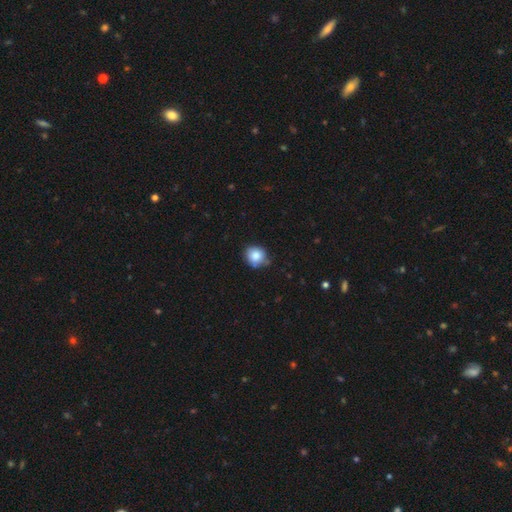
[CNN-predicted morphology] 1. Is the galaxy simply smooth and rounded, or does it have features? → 85% smooth, 9% star or artifact, 6% featured or disk.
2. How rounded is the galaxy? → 81% round, 18% in between, 1% cigar-shaped.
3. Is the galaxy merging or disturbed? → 73% none, 21% minor disturbance, 3% major disturbance, 3% merger.